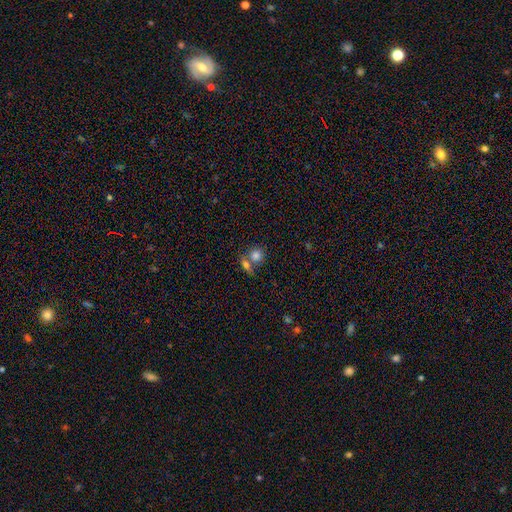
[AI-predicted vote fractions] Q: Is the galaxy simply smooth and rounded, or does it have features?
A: smooth — 81%.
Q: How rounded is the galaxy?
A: round — 81%.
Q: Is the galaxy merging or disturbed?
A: none — 45%.